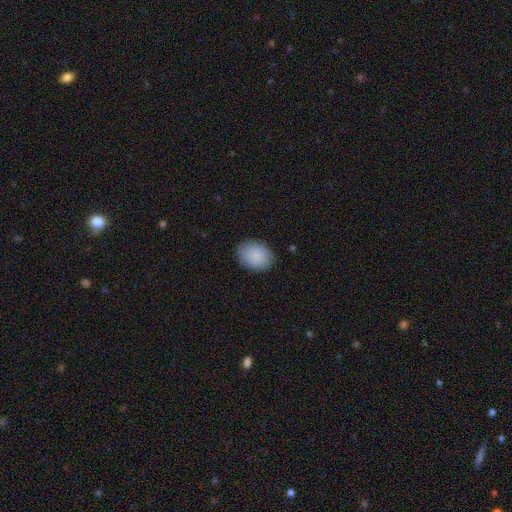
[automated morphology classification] smooth 87%, featured or disk 7%, star or artifact 6%. Down the decision tree: how rounded — in between (67%); merging — none (84%).